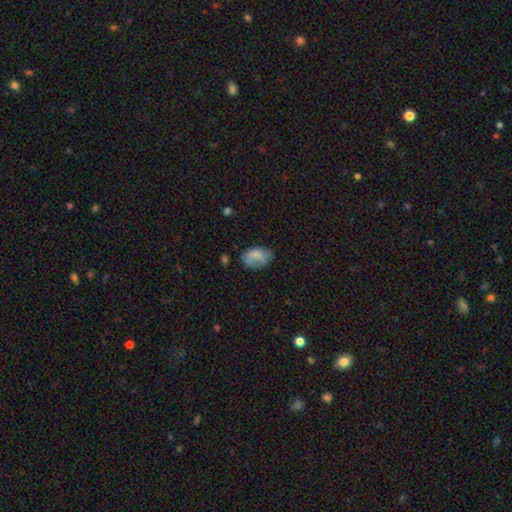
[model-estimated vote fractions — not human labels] The model was most divided on "merging": none: 63%, minor disturbance: 26%, major disturbance: 9%, merger: 2%. More confident: how rounded — in between (88%); smooth or featured — smooth (79%).